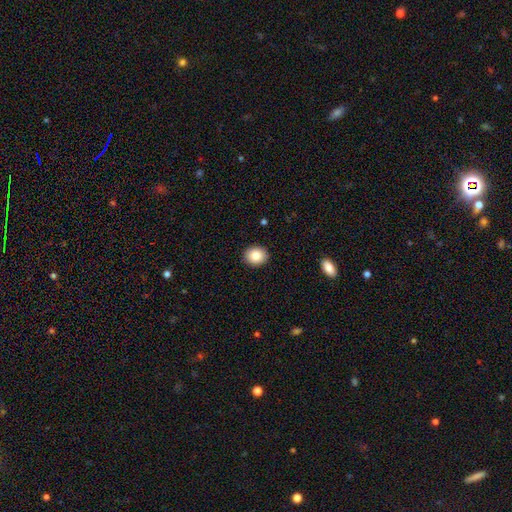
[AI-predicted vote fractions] smooth_or_featured: smooth (p=0.85) [alt: star or artifact p=0.08]
how_rounded: round (p=0.70) [alt: in between p=0.29]
merging: none (p=0.91) [alt: minor disturbance p=0.06]